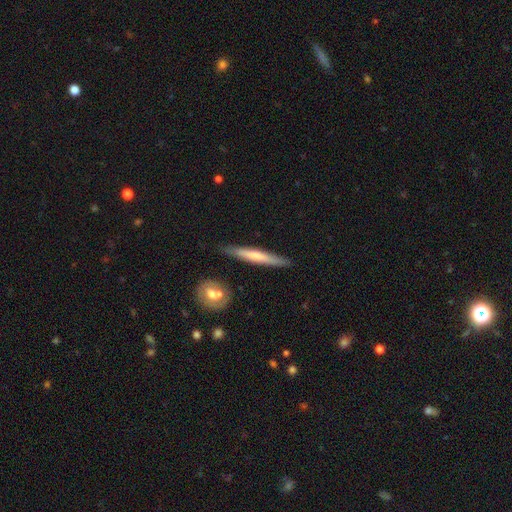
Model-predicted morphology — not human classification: Smooth or featured: smooth — 55% (featured or disk — 40%)
How rounded: cigar-shaped — 95% (in between — 4%)
Merging: none — 85% (minor disturbance — 10%)